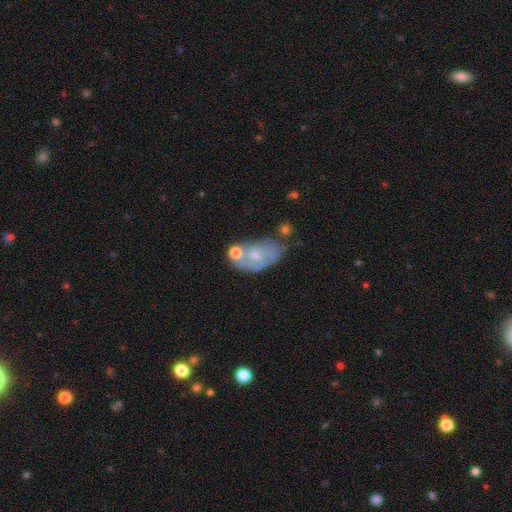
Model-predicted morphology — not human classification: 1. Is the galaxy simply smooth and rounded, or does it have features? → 51% featured or disk, 41% smooth, 8% star or artifact.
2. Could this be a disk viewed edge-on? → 94% no, 6% yes.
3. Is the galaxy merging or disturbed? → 38% none, 26% minor disturbance, 20% merger, 15% major disturbance.